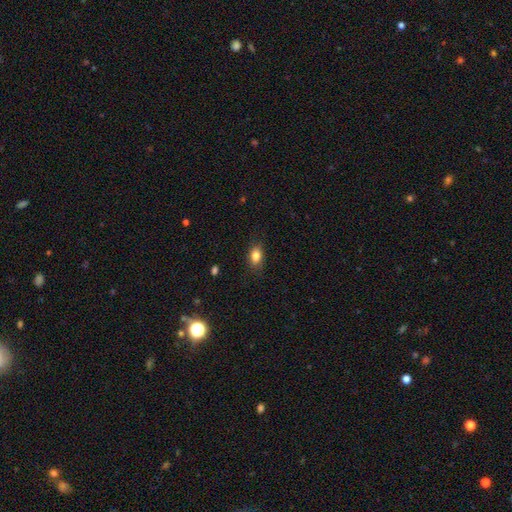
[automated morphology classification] This appears to be a smooth galaxy with no disk features (83%) that is in between round and cigar-shaped (80%). Merging: none (82%).